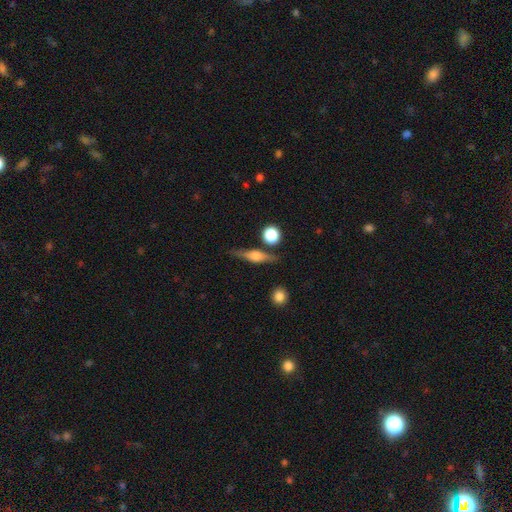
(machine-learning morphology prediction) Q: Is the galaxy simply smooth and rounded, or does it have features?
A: featured or disk — 65%.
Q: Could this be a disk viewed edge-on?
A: yes — 95%.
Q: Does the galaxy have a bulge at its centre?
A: rounded — 88%.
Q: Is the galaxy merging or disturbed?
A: none — 81%.